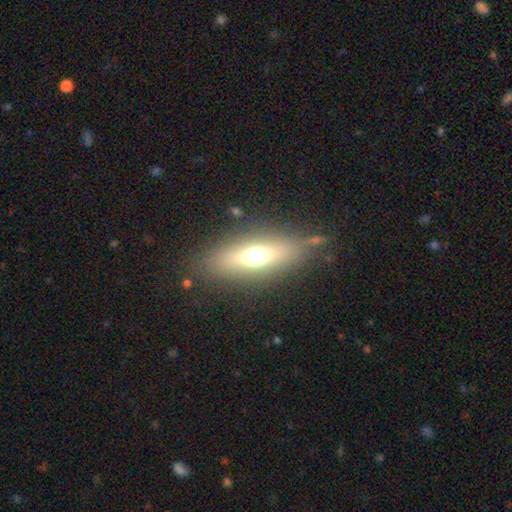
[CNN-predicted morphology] smooth-or-featured: smooth: 52% | featured or disk: 37% | star or artifact: 11%
  how-rounded: in between: 56% | cigar-shaped: 38% | round: 6%
  merging: none: 81% | minor disturbance: 11% | major disturbance: 6% | merger: 3%